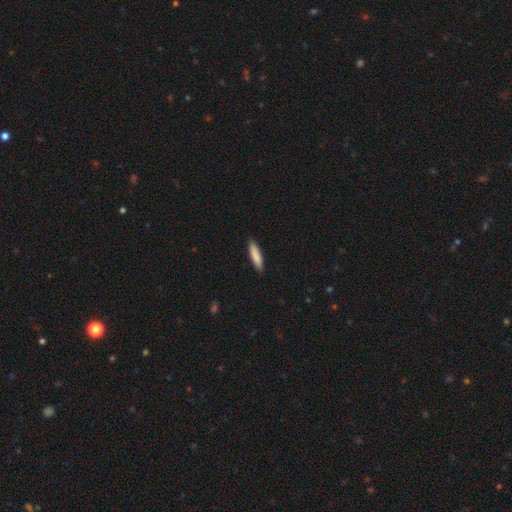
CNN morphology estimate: Smooth or featured? Predicted: smooth (p=0.85). How rounded? Predicted: cigar-shaped (p=0.78). Merging? Predicted: none (p=0.89).